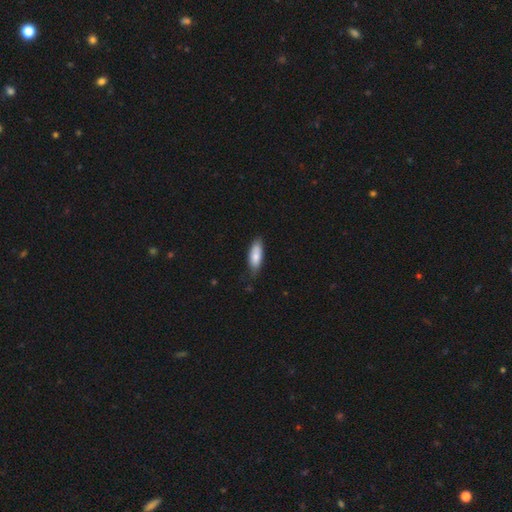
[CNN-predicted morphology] This appears to be a smooth galaxy with no disk features (80%) that is in between round and cigar-shaped (69%). Merging: none (74%).